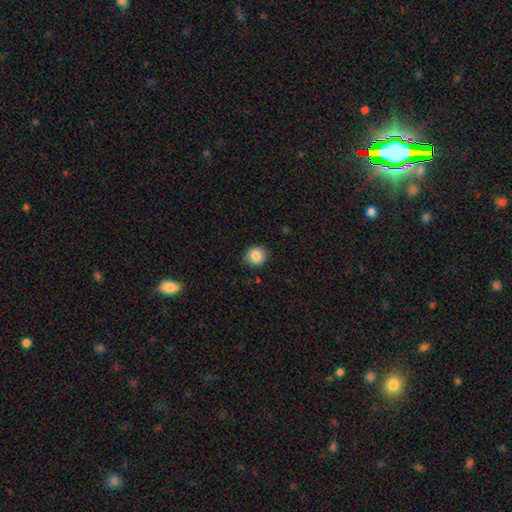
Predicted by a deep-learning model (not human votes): Smooth or featured: smooth — 86% (star or artifact — 9%)
How rounded: round — 84% (in between — 15%)
Merging: none — 85% (minor disturbance — 11%)